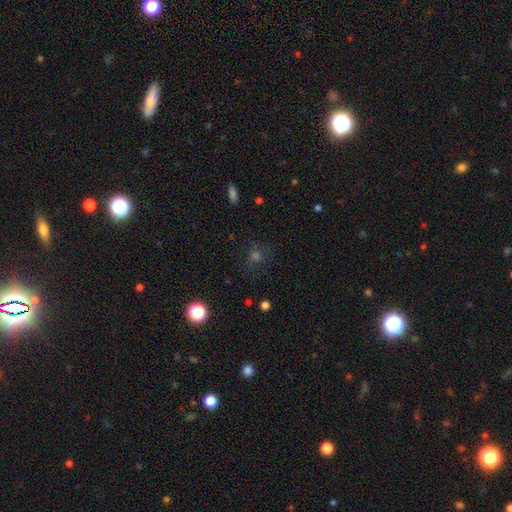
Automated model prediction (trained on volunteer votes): This appears to be a star or artifact, not a galaxy (43%).